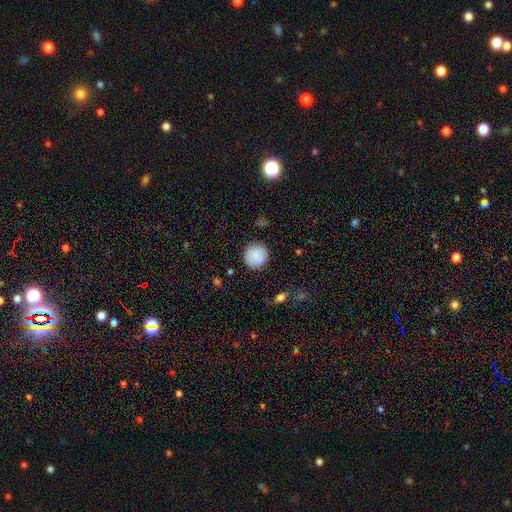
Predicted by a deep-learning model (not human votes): A smooth galaxy with no disk features (86%) that is round (93%).

Vote fractions:
- Smooth or featured? smooth: 86% / star or artifact: 7% / featured or disk: 7%
- How rounded? round: 93% / in between: 6% / cigar-shaped: 1%
- Merging? none: 87% / minor disturbance: 9% / major disturbance: 3% / merger: 1%